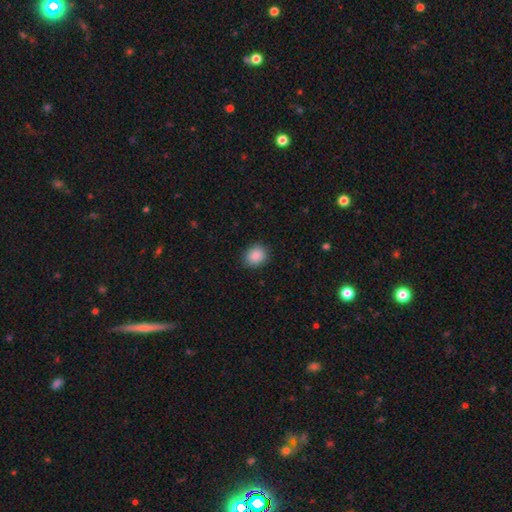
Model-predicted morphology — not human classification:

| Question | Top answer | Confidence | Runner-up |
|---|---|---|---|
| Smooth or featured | smooth | 88% | star or artifact (8%) |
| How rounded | round | 63% | in between (36%) |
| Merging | none | 86% | minor disturbance (10%) |